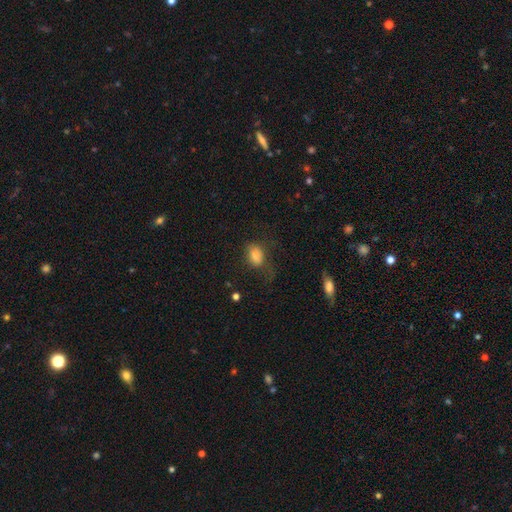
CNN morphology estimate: The model was most divided on "merging": none: 45%, major disturbance: 28%, minor disturbance: 24%, merger: 3%. More confident: how rounded — in between (79%); smooth or featured — smooth (79%).